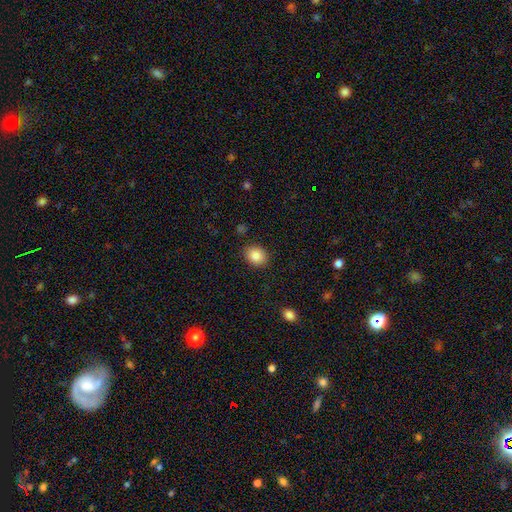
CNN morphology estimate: Q: Smooth or featured?
A: smooth (86%); runner-up: star or artifact (9%)
Q: How rounded?
A: round (58%); runner-up: in between (41%)
Q: Merging?
A: none (88%); runner-up: minor disturbance (8%)